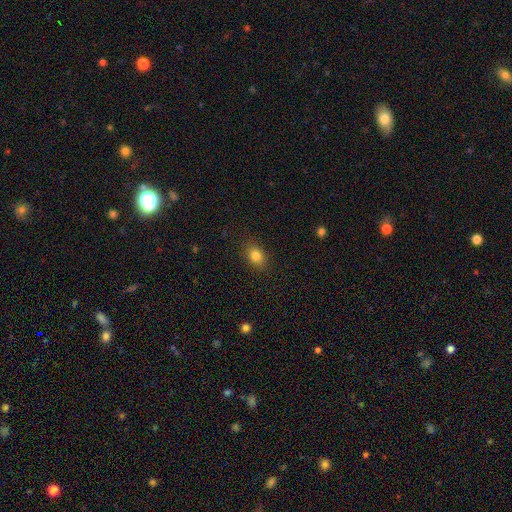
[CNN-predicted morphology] This appears to be a smooth galaxy with no disk features (82%) that is in between round and cigar-shaped (66%). Merging: none (87%).